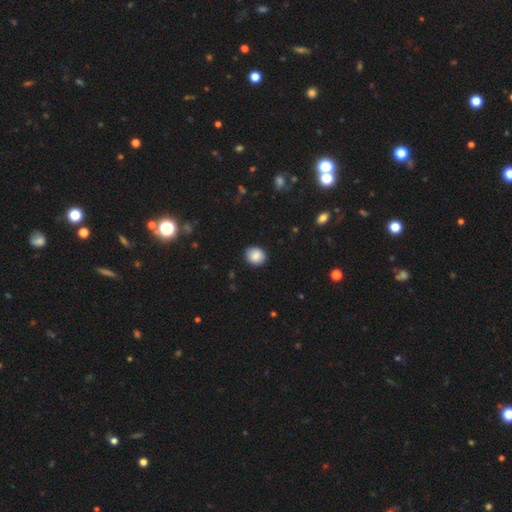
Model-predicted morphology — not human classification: smooth_or_featured: smooth (p=0.86) [alt: star or artifact p=0.08]
how_rounded: round (p=0.72) [alt: in between p=0.27]
merging: none (p=0.88) [alt: minor disturbance p=0.09]